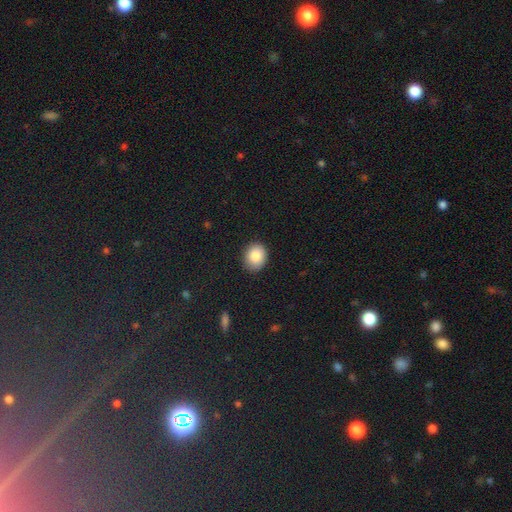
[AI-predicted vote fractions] Smooth or featured?
  - smooth: 86% *
  - star or artifact: 8%
  - featured or disk: 6%
How rounded?
  - round: 59% *
  - in between: 40%
  - cigar-shaped: 1%
Merging?
  - none: 87% *
  - minor disturbance: 10%
  - major disturbance: 2%
  - merger: 1%